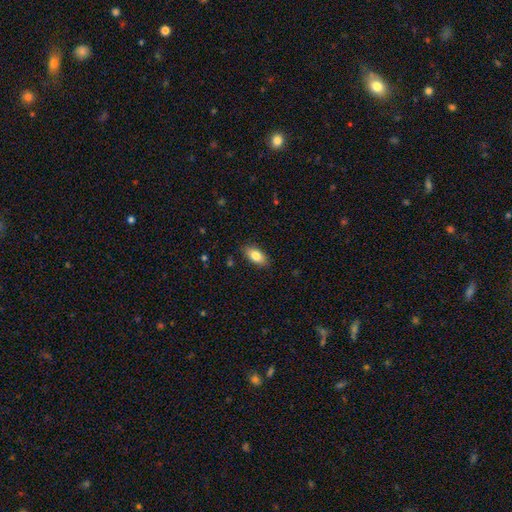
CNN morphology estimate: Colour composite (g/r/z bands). It shows a smooth galaxy with no disk features (82%) that is in between round and cigar-shaped (88%). Merging: none (86%).